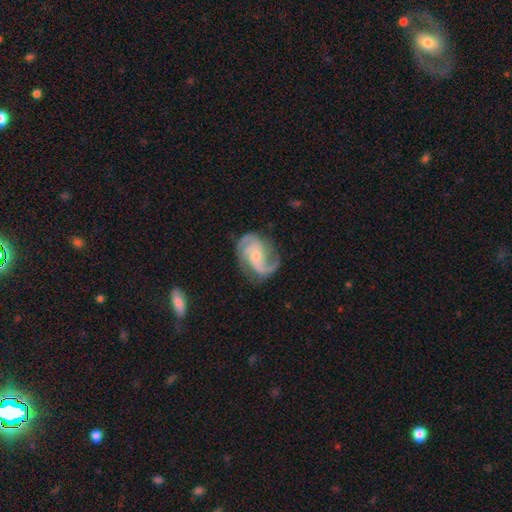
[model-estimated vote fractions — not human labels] A featured or disk galaxy (88%) with no bar (53%), 2 (59%) medium (51%) spiral arms (97%) and a small central bulge (54%).

Vote fractions:
- Smooth or featured? featured or disk: 88% / smooth: 7% / star or artifact: 5%
- Edge-on disk? no: 98% / yes: 2%
- Bar? no: 53% / weak: 37% / strong: 10%
- Spiral arms? yes: 97% / no: 3%
- Spiral winding? medium: 51% / tight: 25% / loose: 23%
- Spiral arm count? 2: 59% / 3: 21% / can't tell: 9% / 1: 5% / 4: 4% / more than 4: 3%
- Bulge size? small: 54% / moderate: 38% / none: 4% / large: 3% / dominant: 1%
- Merging? none: 69% / minor disturbance: 19% / major disturbance: 10% / merger: 2%